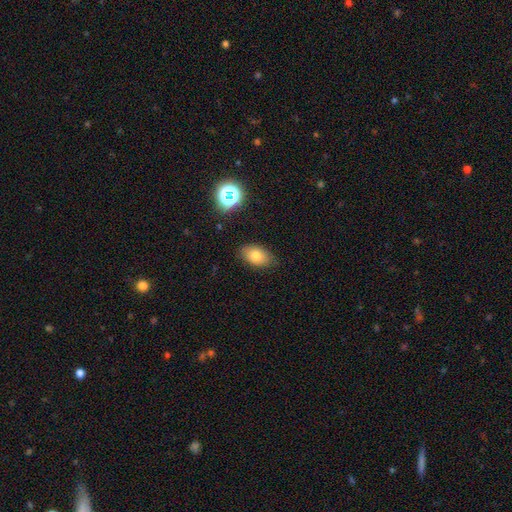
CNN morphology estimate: Smooth or featured? Predicted: smooth (p=0.78). How rounded? Predicted: in between (p=0.88). Merging? Predicted: none (p=0.82).